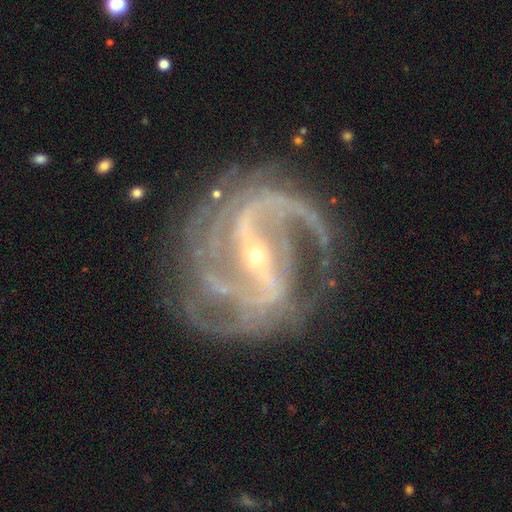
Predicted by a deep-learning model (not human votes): Overall: featured or disk (92%). Edge-on disk: no (97%). Bar: strong (67%). Spiral arms: yes (98%). Spiral arm count: 2 (48%; 3 18%). Spiral winding: medium (52%; tight 33%). Bulge size: small (81%). Merging: none (71%).